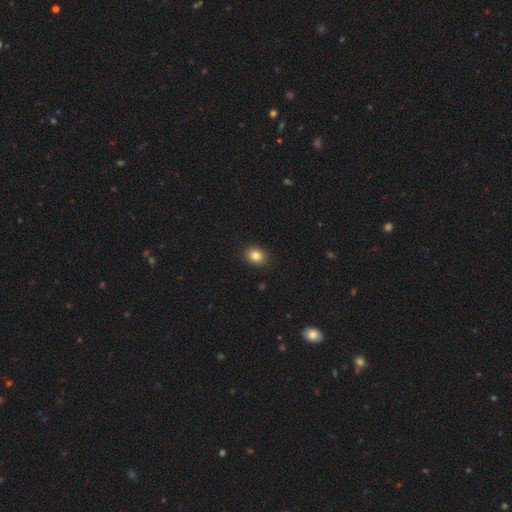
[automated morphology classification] This appears to be a smooth galaxy with no disk features (84%) that is round (55%). Merging: none (91%).